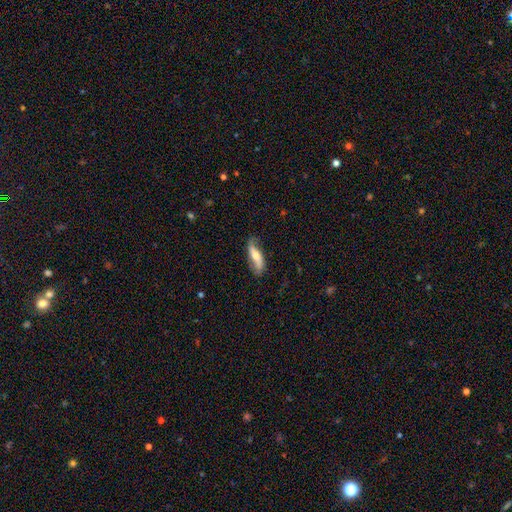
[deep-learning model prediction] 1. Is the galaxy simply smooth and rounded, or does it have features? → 53% featured or disk, 41% smooth, 6% star or artifact.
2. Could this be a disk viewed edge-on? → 74% no, 26% yes.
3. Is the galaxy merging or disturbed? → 69% none, 23% minor disturbance, 7% major disturbance, 2% merger.